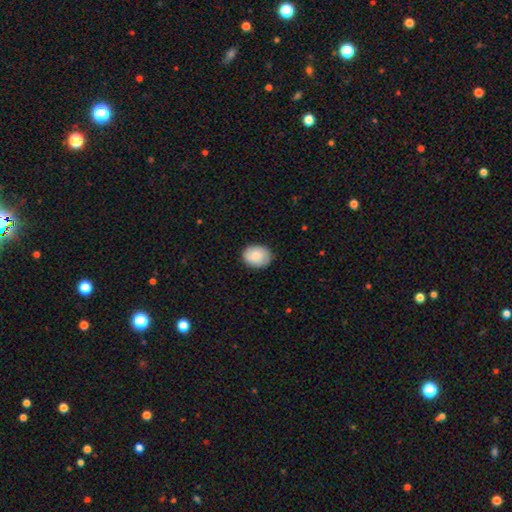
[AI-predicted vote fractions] smooth 84%, featured or disk 9%, star or artifact 7%. Down the decision tree: how rounded — in between (52%); merging — none (85%).